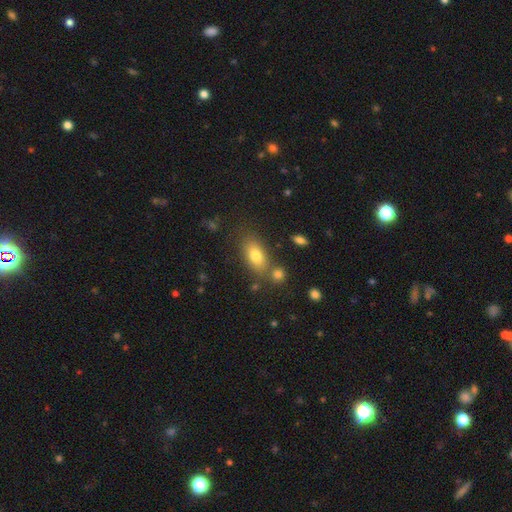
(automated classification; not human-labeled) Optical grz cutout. It shows a smooth galaxy with no disk features (78%) that is in between round and cigar-shaped (85%). Merging: none (69%).